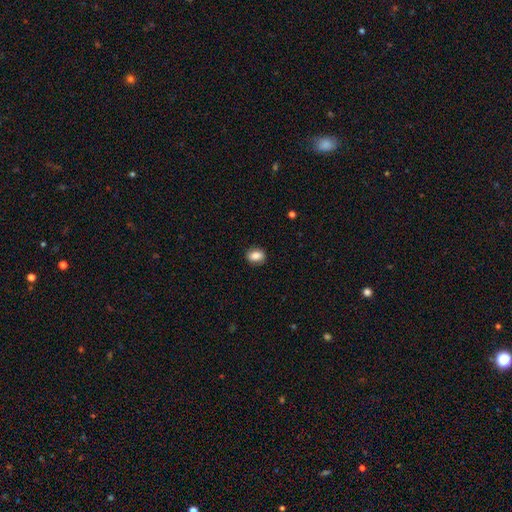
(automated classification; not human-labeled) Smooth or featured?
  - smooth: 84% *
  - star or artifact: 8%
  - featured or disk: 8%
How rounded?
  - in between: 66% *
  - round: 33%
  - cigar-shaped: 2%
Merging?
  - none: 86% *
  - minor disturbance: 10%
  - major disturbance: 2%
  - merger: 1%